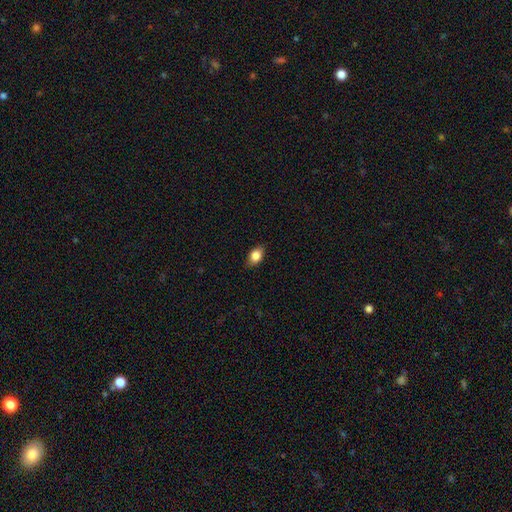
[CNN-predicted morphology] The model was most divided on "how rounded": in between: 77%, round: 21%, cigar-shaped: 2%. More confident: merging — none (84%); smooth or featured — smooth (83%).